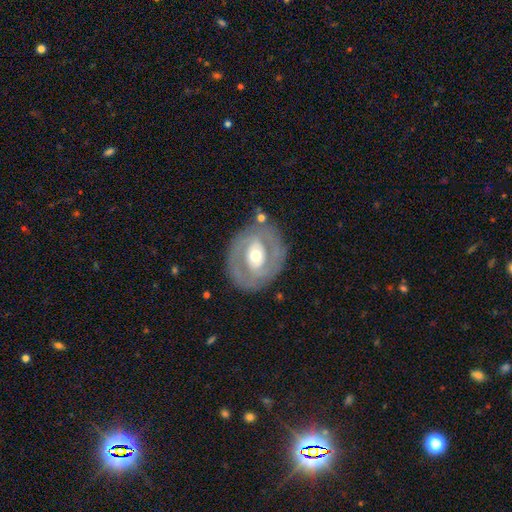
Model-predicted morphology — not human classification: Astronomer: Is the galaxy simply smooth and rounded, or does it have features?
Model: featured or disk — 71%.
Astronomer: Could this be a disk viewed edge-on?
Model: no — 94%.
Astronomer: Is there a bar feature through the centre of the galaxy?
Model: no — 37%, tied with weak at 37%.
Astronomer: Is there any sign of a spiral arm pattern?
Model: no — 51% (runner-up: yes, 49%).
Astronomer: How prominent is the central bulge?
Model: moderate — 67%.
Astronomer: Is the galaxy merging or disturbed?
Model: none — 76%.